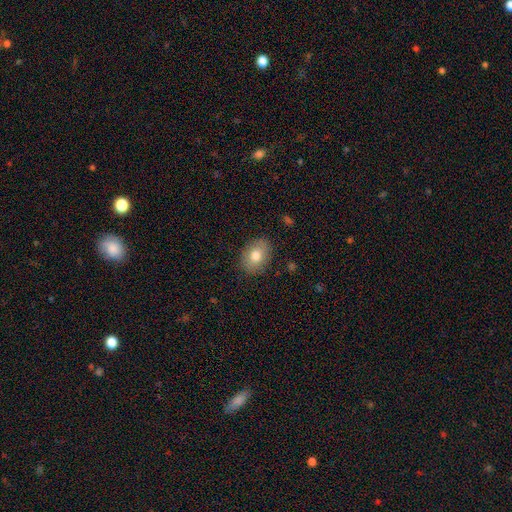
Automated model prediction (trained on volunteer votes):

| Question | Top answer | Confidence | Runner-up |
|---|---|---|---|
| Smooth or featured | smooth | 77% | featured or disk (15%) |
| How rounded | in between | 70% | round (29%) |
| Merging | none | 86% | minor disturbance (11%) |